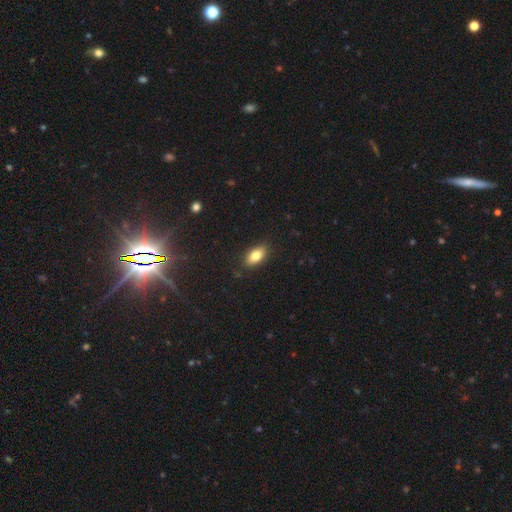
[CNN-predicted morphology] Smooth or featured? Predicted: smooth (p=0.81). How rounded? Predicted: in between (p=0.89). Merging? Predicted: none (p=0.86).